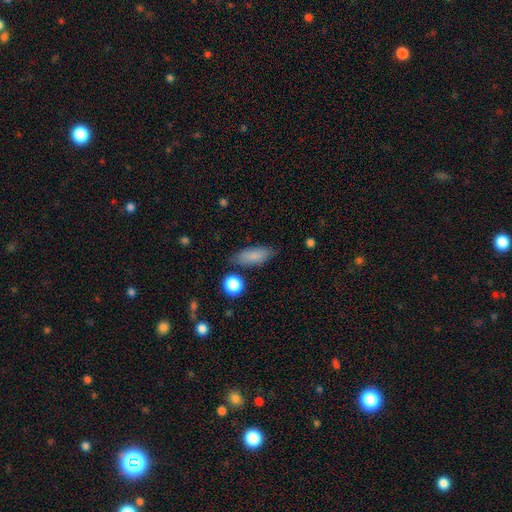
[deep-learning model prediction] smooth-or-featured: smooth: 83% | featured or disk: 10% | star or artifact: 8%
  how-rounded: in between: 76% | cigar-shaped: 21% | round: 4%
  merging: none: 76% | minor disturbance: 16% | merger: 4% | major disturbance: 4%